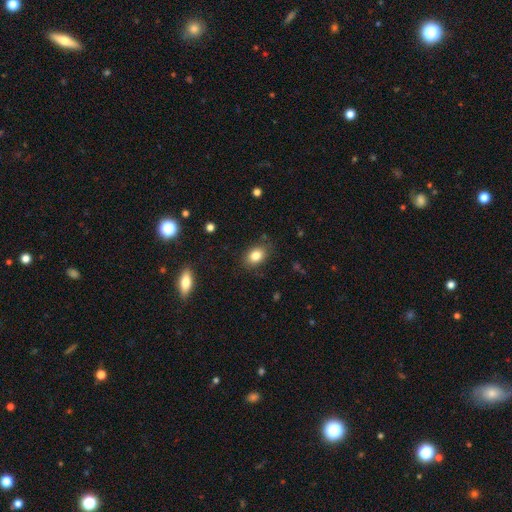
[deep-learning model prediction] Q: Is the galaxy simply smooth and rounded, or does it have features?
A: smooth — 83%.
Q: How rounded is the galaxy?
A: in between — 76%.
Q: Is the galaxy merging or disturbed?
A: none — 83%.